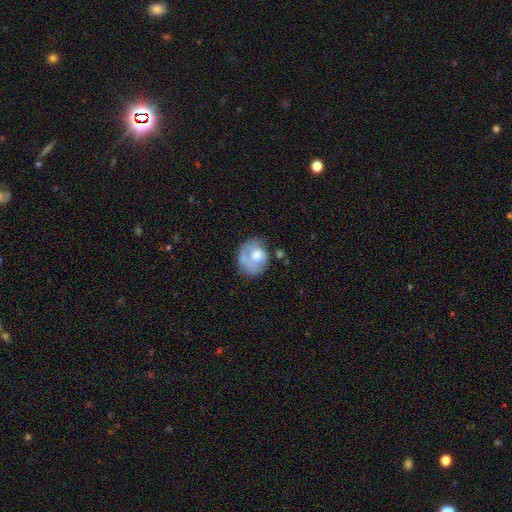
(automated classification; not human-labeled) Morphology: type=smooth (51%); roundness=round (62%); merging=none (43%).